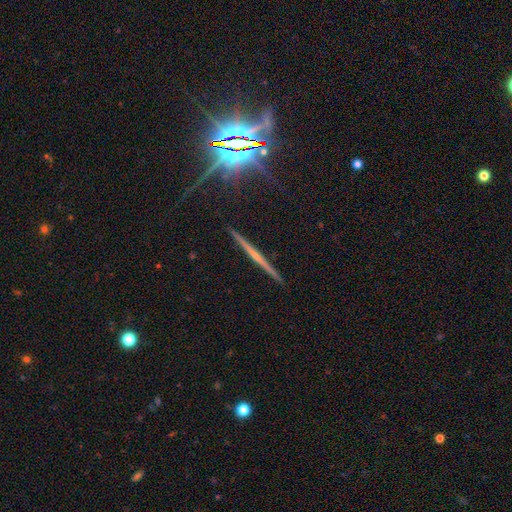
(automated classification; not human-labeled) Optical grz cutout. It shows a featured or disk galaxy (63%) viewed edge-on (98%) with no central bulge (60%). Merging: none (91%).